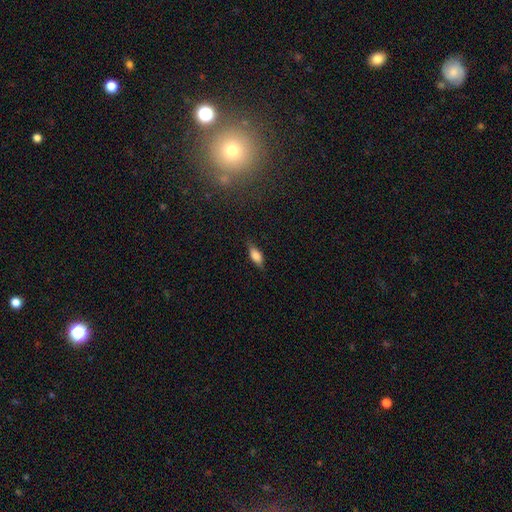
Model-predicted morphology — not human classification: Smooth or featured: smooth — 70% (featured or disk — 22%)
How rounded: in between — 73% (cigar-shaped — 24%)
Merging: none — 80% (minor disturbance — 16%)